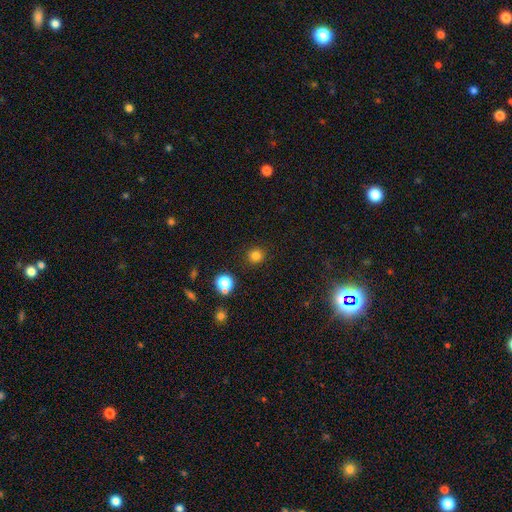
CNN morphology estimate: smooth 79%, star or artifact 16%, featured or disk 5%. Down the decision tree: how rounded — round (91%); merging — none (88%).